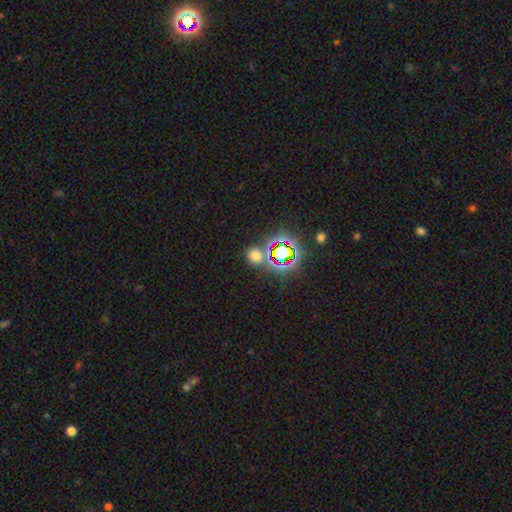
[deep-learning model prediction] A smooth galaxy with no disk features (53%) that is round (78%).

Vote fractions:
- Smooth or featured? smooth: 53% / star or artifact: 40% / featured or disk: 7%
- How rounded? round: 78% / in between: 21% / cigar-shaped: 2%
- Merging? none: 74% / merger: 12% / minor disturbance: 10% / major disturbance: 4%